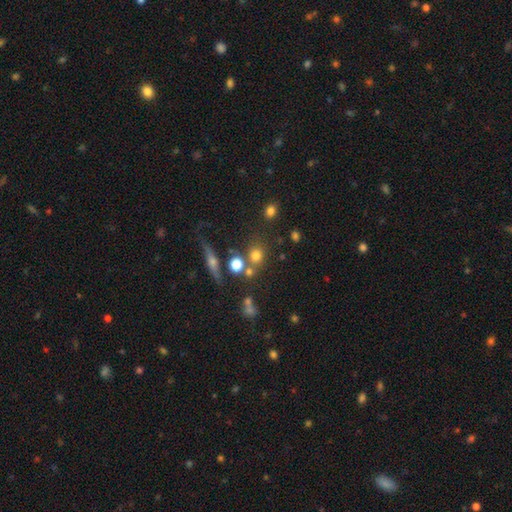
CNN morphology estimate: smooth_or_featured: smooth (p=0.71) [alt: star or artifact p=0.16]
how_rounded: round (p=0.80) [alt: in between p=0.17]
merging: none (p=0.63) [alt: merger p=0.21]